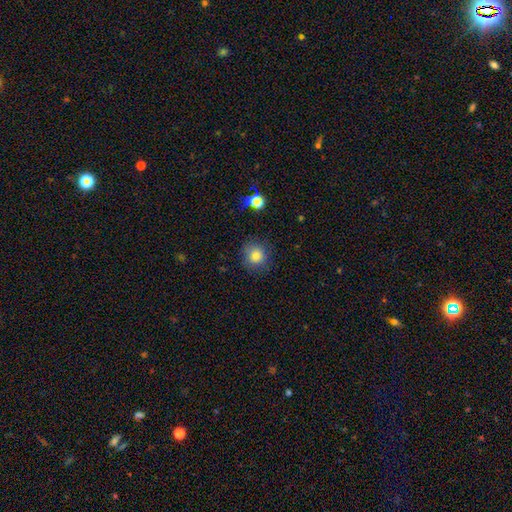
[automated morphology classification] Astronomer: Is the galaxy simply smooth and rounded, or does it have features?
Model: smooth — 83%.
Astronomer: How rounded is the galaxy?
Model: round — 88%.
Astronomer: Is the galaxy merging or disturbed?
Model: none — 82%.